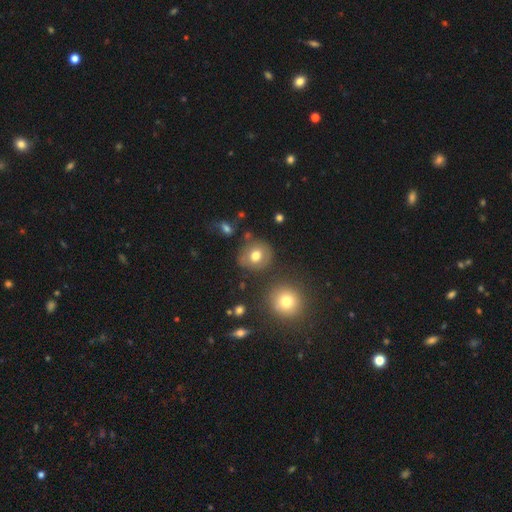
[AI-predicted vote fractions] This is likely a smooth galaxy (70%). How rounded: likely round (80%). Merging: likely none (76%).